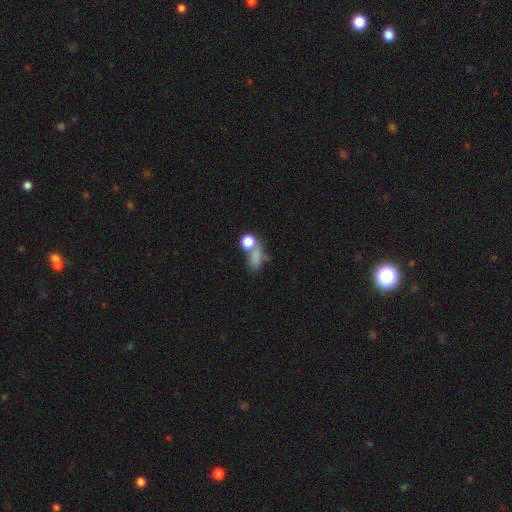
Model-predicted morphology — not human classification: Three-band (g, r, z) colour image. It shows a smooth galaxy with no disk features (74%) that is in between round and cigar-shaped (58%). Merging: none (39%).